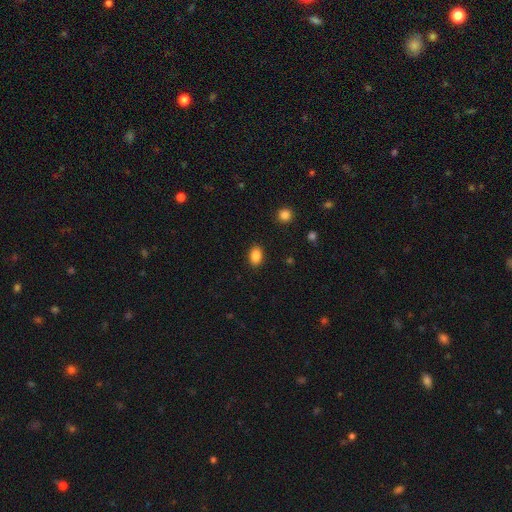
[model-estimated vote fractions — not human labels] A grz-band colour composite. It shows a smooth galaxy with no disk features (87%) that is in between round and cigar-shaped (82%). Merging: none (89%).